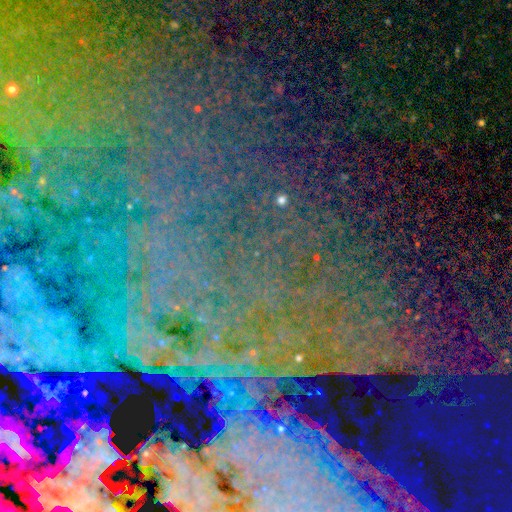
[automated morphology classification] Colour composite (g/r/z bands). It shows a star or artifact, not a galaxy (82%).